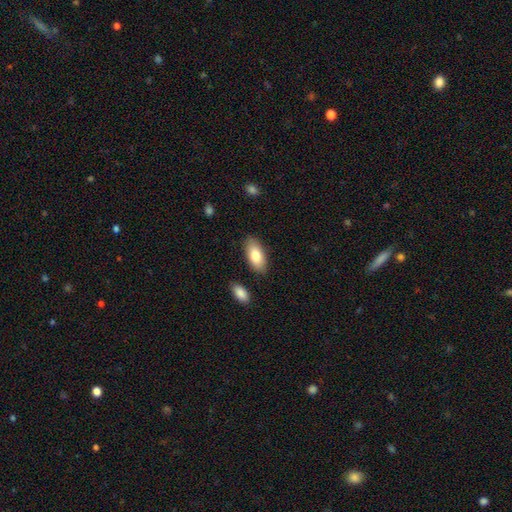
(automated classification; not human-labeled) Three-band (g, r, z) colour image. It shows a smooth galaxy with no disk features (82%) that is in between round and cigar-shaped (91%). Merging: none (86%).